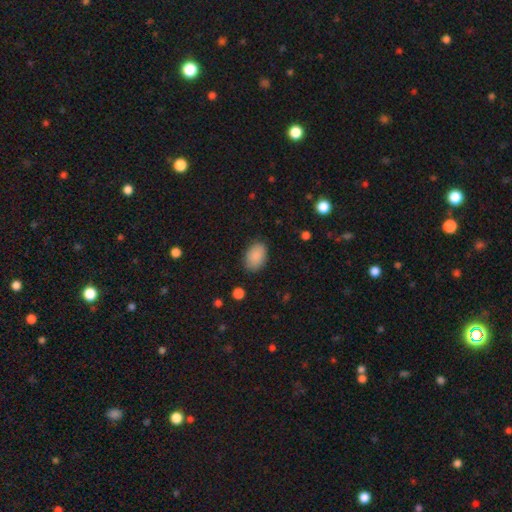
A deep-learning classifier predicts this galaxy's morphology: A smooth galaxy with no disk features (88%) that is in between round and cigar-shaped (89%). Merging: none (84%).